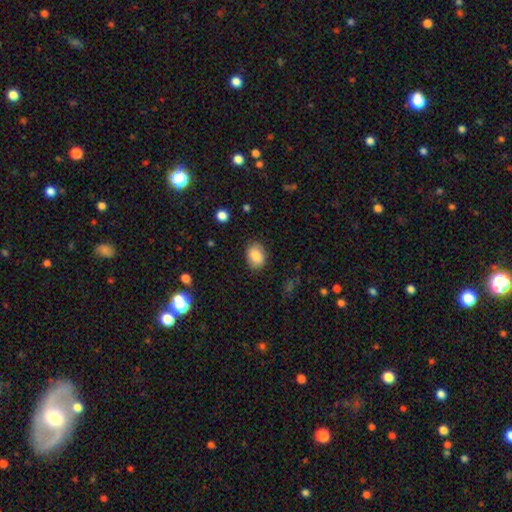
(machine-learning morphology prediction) A smooth galaxy with no disk features (86%) that is in between round and cigar-shaped (65%).

Vote fractions:
- Smooth or featured? smooth: 86% / star or artifact: 8% / featured or disk: 6%
- How rounded? in between: 65% / round: 34% / cigar-shaped: 1%
- Merging? none: 84% / minor disturbance: 12% / major disturbance: 3% / merger: 1%